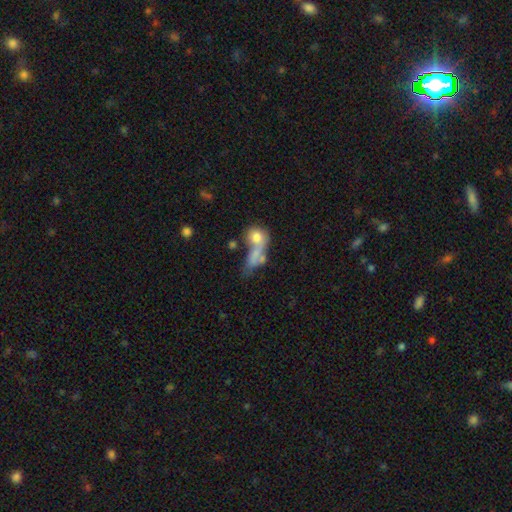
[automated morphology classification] The model was most divided on "how rounded": in between: 55%, round: 31%, cigar-shaped: 13%. More confident: smooth or featured — smooth (66%); merging — merger (53%).